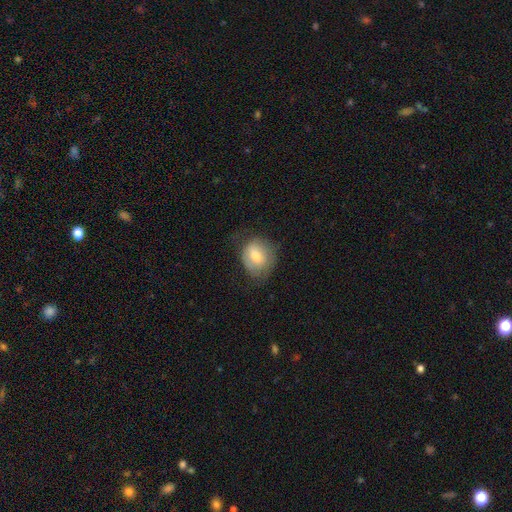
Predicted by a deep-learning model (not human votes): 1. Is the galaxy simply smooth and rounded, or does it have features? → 67% smooth, 25% featured or disk, 8% star or artifact.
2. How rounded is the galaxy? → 59% round, 40% in between, 1% cigar-shaped.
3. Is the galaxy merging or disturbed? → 61% none, 27% minor disturbance, 12% major disturbance, 1% merger.